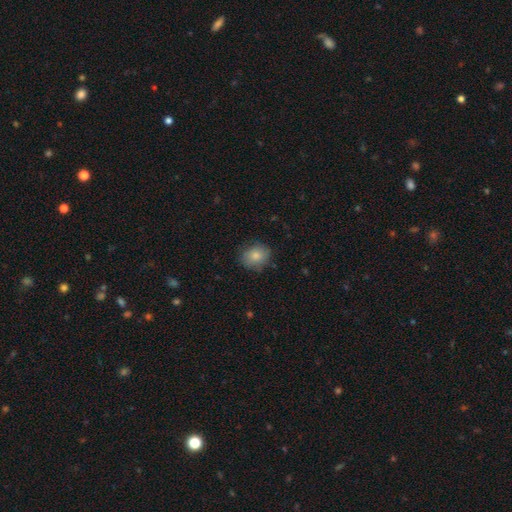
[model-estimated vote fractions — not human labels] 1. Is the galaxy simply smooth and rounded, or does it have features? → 82% smooth, 10% featured or disk, 8% star or artifact.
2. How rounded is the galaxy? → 56% round, 43% in between, 1% cigar-shaped.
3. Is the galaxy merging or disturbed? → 78% none, 17% minor disturbance, 4% major disturbance, 1% merger.